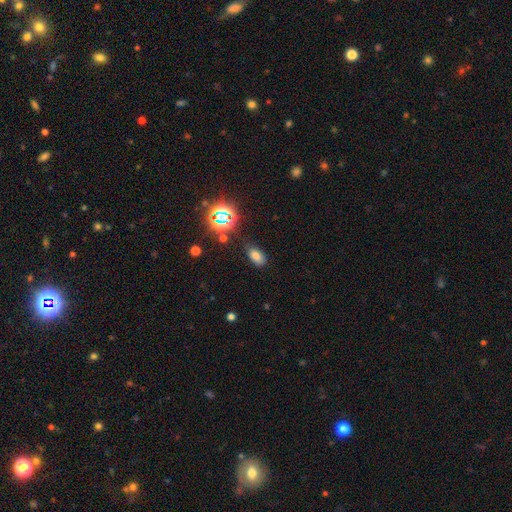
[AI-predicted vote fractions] The model was most divided on "smooth or featured": smooth: 68%, star or artifact: 23%, featured or disk: 8%. More confident: how rounded — in between (88%); merging — none (79%).